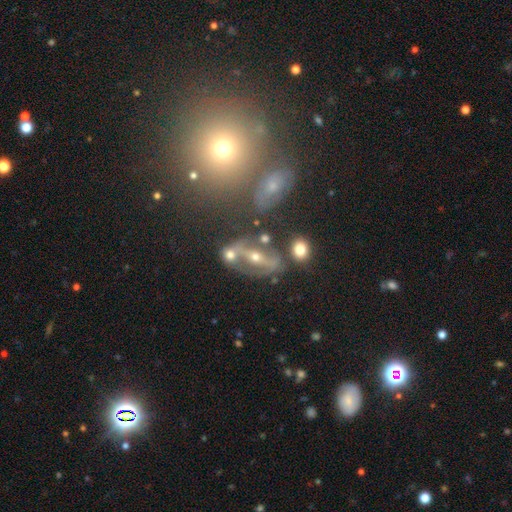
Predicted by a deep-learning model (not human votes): smooth-or-featured: star or artifact: 42% | featured or disk: 31% | smooth: 27%